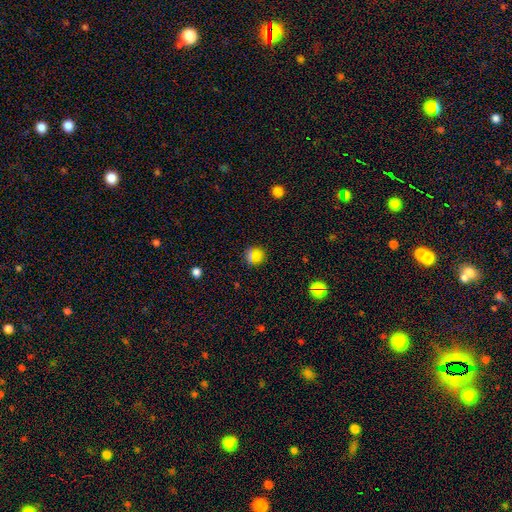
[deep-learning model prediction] Q: Smooth or featured?
A: smooth (71%); runner-up: star or artifact (23%)
Q: How rounded?
A: round (87%); runner-up: in between (12%)
Q: Merging?
A: none (85%); runner-up: minor disturbance (9%)